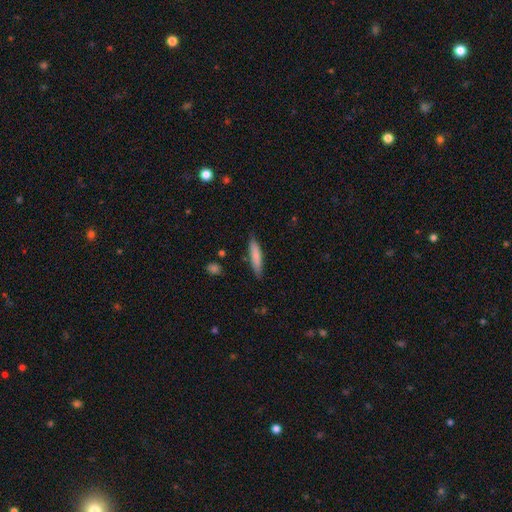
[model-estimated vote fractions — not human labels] A smooth galaxy with no disk features (80%) that is cigar-shaped (83%).

Vote fractions:
- Smooth or featured? smooth: 80% / featured or disk: 14% / star or artifact: 6%
- How rounded? cigar-shaped: 83% / in between: 16% / round: 1%
- Merging? none: 83% / minor disturbance: 12% / major disturbance: 2% / merger: 2%